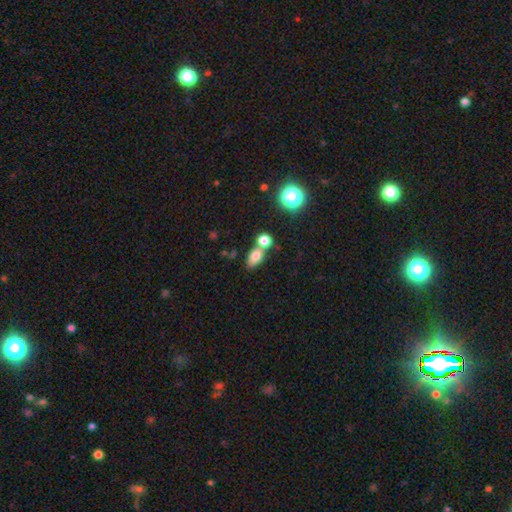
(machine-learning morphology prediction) This appears to be a smooth galaxy with no disk features (77%) that is in between round and cigar-shaped (78%). Merging: merger (44%).